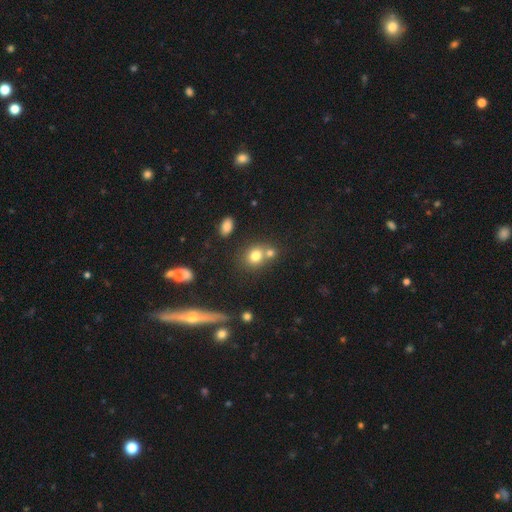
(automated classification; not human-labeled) A smooth galaxy with no disk features (76%) that is round (69%). Merging: none (48%).